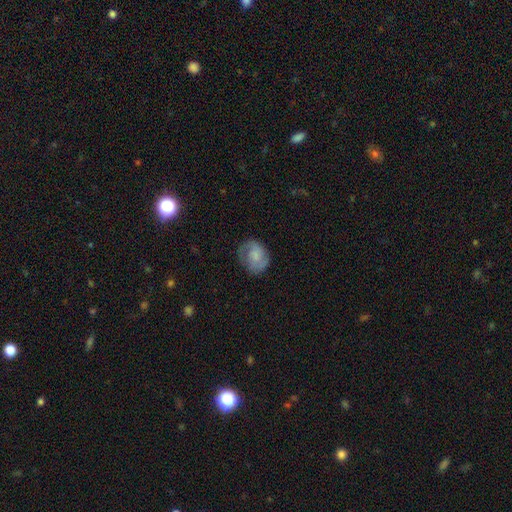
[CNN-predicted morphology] This appears to be a smooth galaxy with no disk features (51%) that is round (50%). Merging: none (65%).